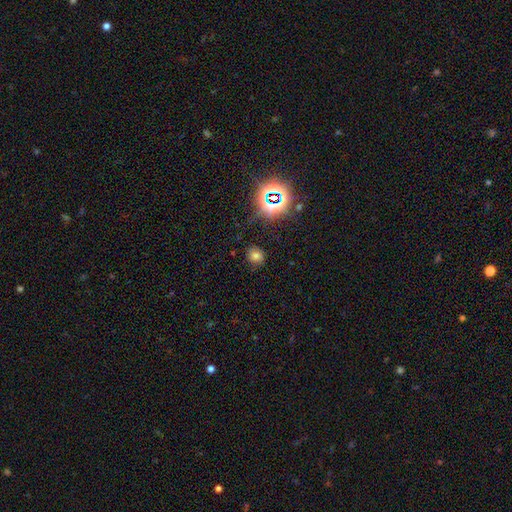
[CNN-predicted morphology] Smooth or featured? smooth (65%)
How rounded? round (72%)
Merging? none (82%)